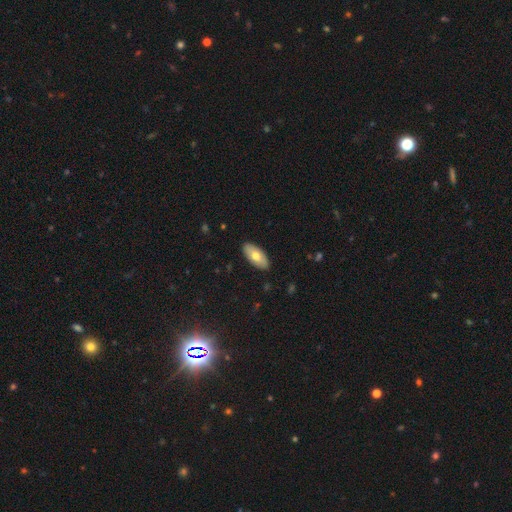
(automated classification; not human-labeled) This is likely a smooth galaxy (68%). How rounded: clearly in between (91%). Merging: clearly none (89%).